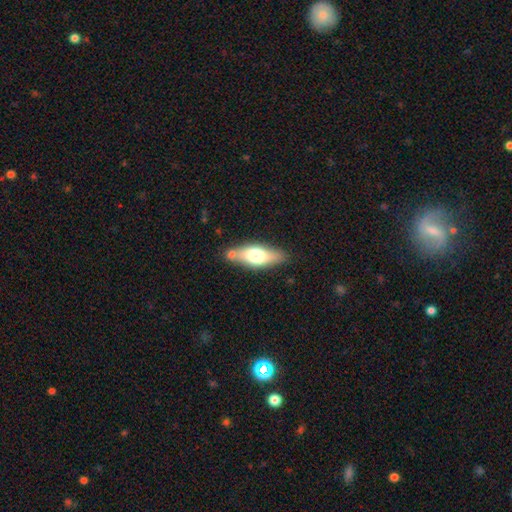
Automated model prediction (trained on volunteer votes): This appears to be a smooth galaxy with no disk features (58%) that is in between round and cigar-shaped (61%). Merging: none (70%).